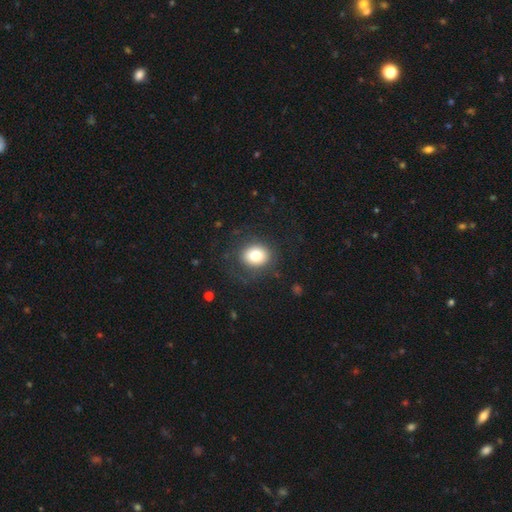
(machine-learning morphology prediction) smooth 77%, featured or disk 12%, star or artifact 10%. Down the decision tree: how rounded — round (66%); merging — none (79%).